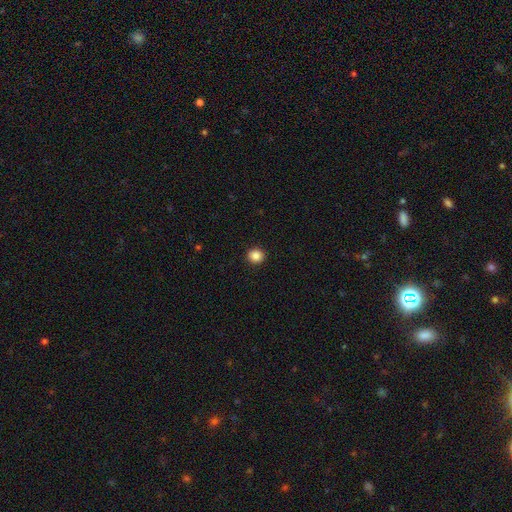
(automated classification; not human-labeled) This is clearly a smooth galaxy (86%). How rounded: clearly round (89%). Merging: clearly none (93%).